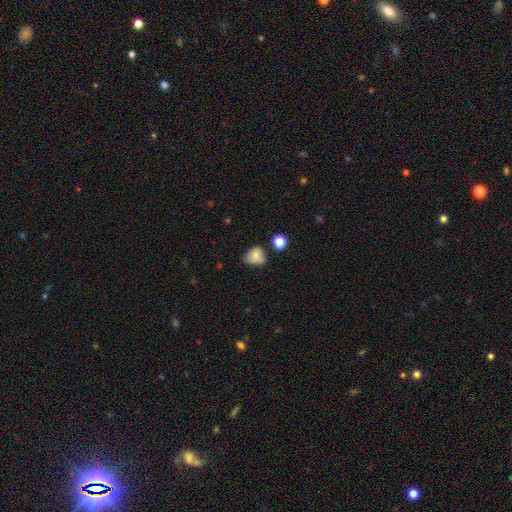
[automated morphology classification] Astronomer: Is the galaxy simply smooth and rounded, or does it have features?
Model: smooth — 76%.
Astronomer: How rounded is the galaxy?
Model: round — 52% (runner-up: in between, 47%).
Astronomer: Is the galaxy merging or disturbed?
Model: none — 50% (runner-up: minor disturbance, 34%).